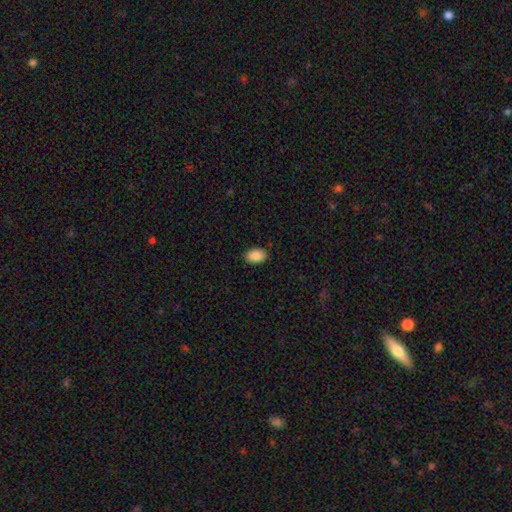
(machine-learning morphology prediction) Smooth or featured? Predicted: smooth (p=0.89). How rounded? Predicted: in between (p=0.89). Merging? Predicted: none (p=0.88).